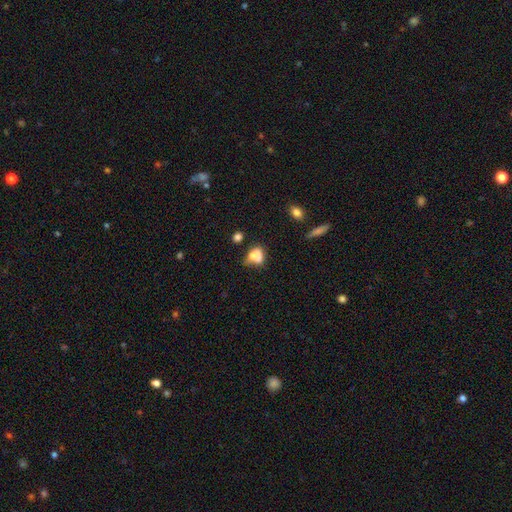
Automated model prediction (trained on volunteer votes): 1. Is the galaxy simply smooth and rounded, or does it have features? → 74% smooth, 15% featured or disk, 11% star or artifact.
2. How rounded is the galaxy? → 68% in between, 30% round, 2% cigar-shaped.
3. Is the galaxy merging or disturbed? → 31% none, 27% merger, 26% minor disturbance, 16% major disturbance.